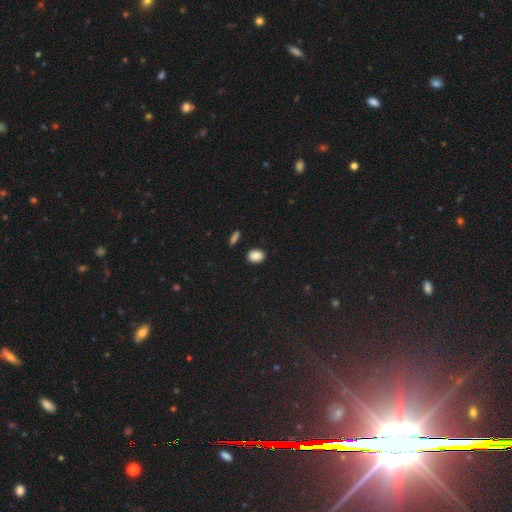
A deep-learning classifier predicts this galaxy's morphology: Smooth or featured?
  - smooth: 87% *
  - star or artifact: 9%
  - featured or disk: 4%
How rounded?
  - in between: 64% *
  - round: 35%
  - cigar-shaped: 1%
Merging?
  - none: 88% *
  - minor disturbance: 8%
  - merger: 2%
  - major disturbance: 2%